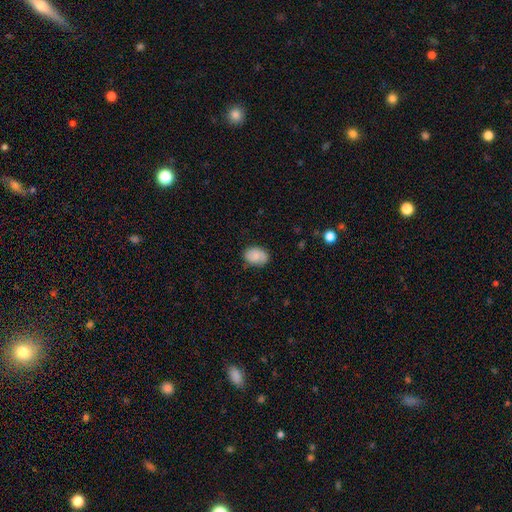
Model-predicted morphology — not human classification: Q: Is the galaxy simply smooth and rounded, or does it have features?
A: smooth — 66%.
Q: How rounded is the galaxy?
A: in between — 72%.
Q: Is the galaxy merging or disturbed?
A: none — 72%.